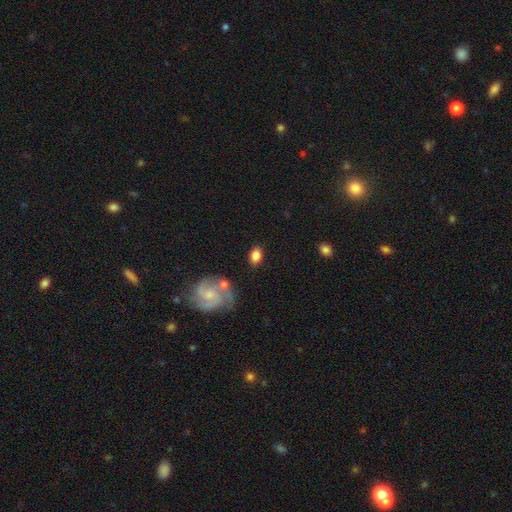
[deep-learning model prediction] smooth-or-featured: smooth: 78% | featured or disk: 14% | star or artifact: 8%
  how-rounded: in between: 82% | round: 16% | cigar-shaped: 2%
  merging: none: 79% | minor disturbance: 13% | merger: 4% | major disturbance: 4%